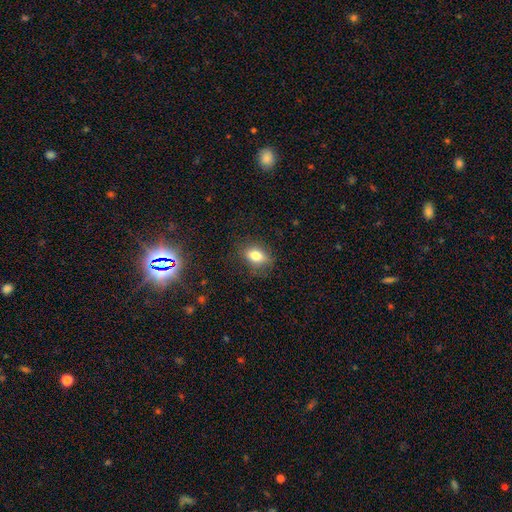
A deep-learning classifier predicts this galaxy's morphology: This is likely a smooth galaxy (79%). How rounded: likely in between (79%). Merging: likely none (77%).